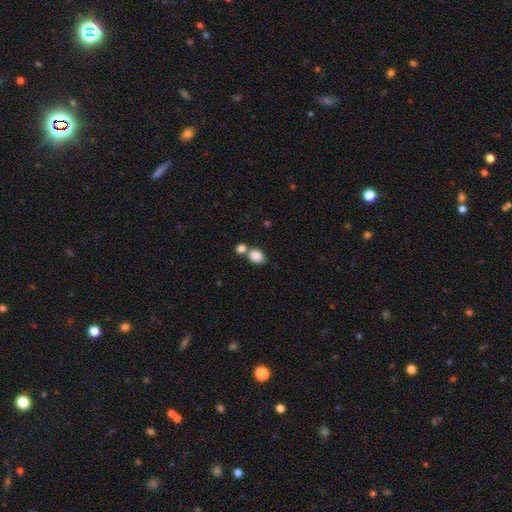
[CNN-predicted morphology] Q: Smooth or featured?
A: smooth (86%); runner-up: star or artifact (9%)
Q: How rounded?
A: in between (67%); runner-up: round (32%)
Q: Merging?
A: none (45%); runner-up: merger (40%)